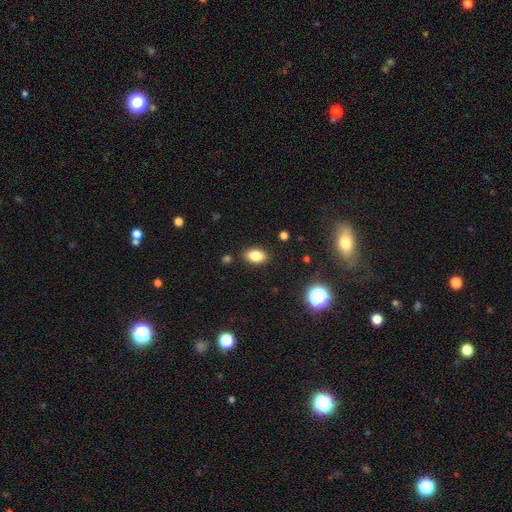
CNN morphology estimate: Q: Smooth or featured?
A: smooth (82%); runner-up: star or artifact (10%)
Q: How rounded?
A: in between (88%); runner-up: round (9%)
Q: Merging?
A: none (87%); runner-up: minor disturbance (9%)